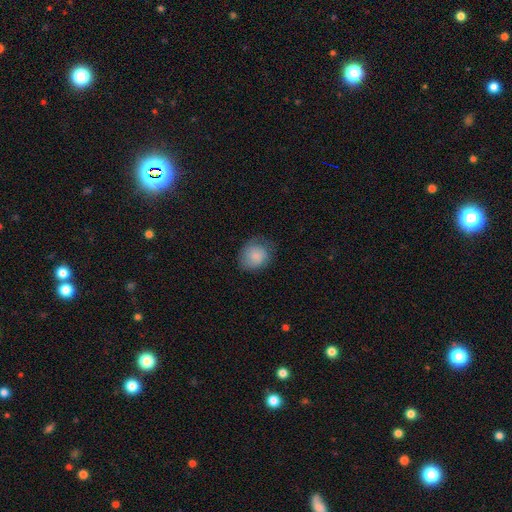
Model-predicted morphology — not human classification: Smooth or featured?
  - smooth: 83% *
  - featured or disk: 10%
  - star or artifact: 7%
How rounded?
  - round: 68% *
  - in between: 31%
  - cigar-shaped: 1%
Merging?
  - none: 68% *
  - minor disturbance: 24%
  - major disturbance: 8%
  - merger: 1%